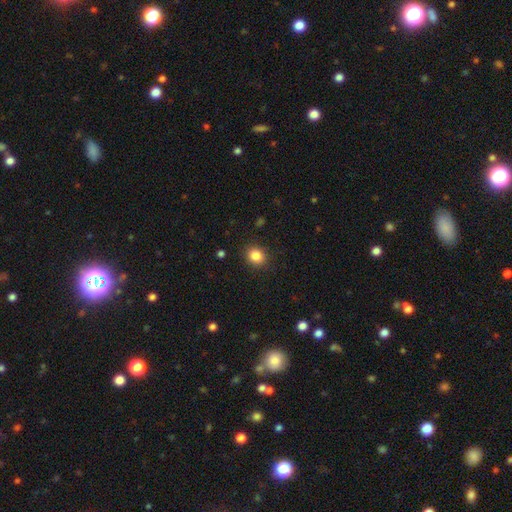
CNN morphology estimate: Smooth or featured? smooth (85%)
How rounded? round (71%)
Merging? none (89%)